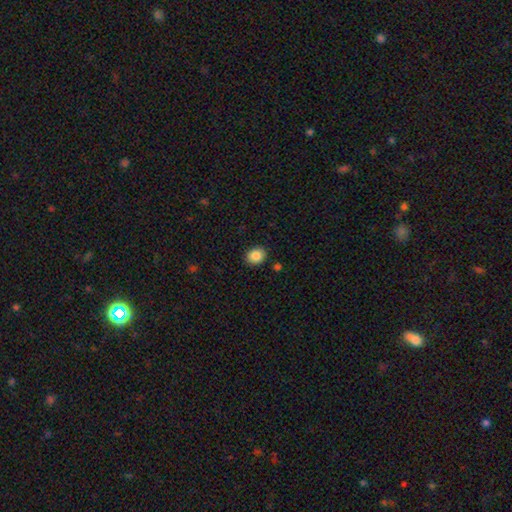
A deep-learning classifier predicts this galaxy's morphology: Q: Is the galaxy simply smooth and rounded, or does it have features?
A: smooth — 87%.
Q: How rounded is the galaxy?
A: round — 58%.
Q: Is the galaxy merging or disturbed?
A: none — 89%.